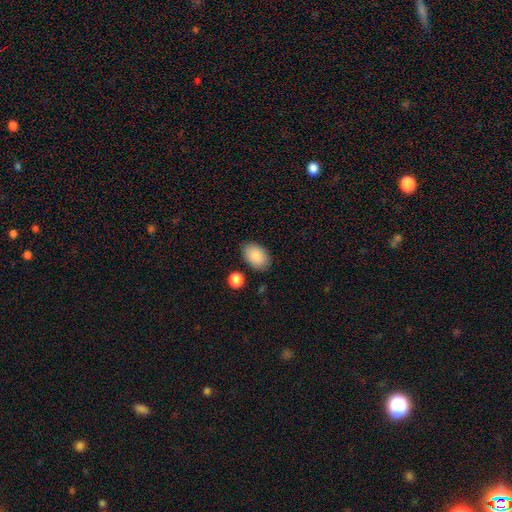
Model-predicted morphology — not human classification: The model was most divided on "merging": none: 81%, minor disturbance: 13%, merger: 3%, major disturbance: 3%. More confident: how rounded — in between (89%); smooth or featured — smooth (88%).